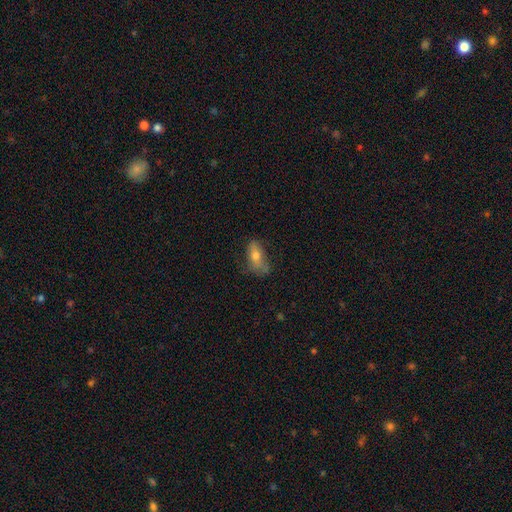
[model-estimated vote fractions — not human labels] Overall: smooth (54%; featured or disk 34%). How rounded: in between (77%). Merging: none (52%; minor disturbance 29%).